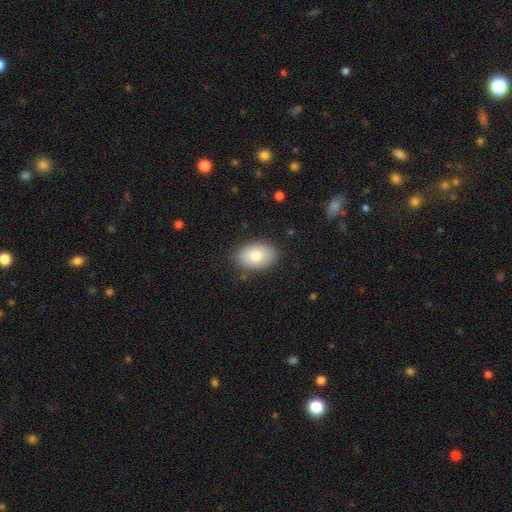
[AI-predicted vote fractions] This is likely a smooth galaxy (80%). How rounded: clearly in between (86%). Merging: clearly none (84%).